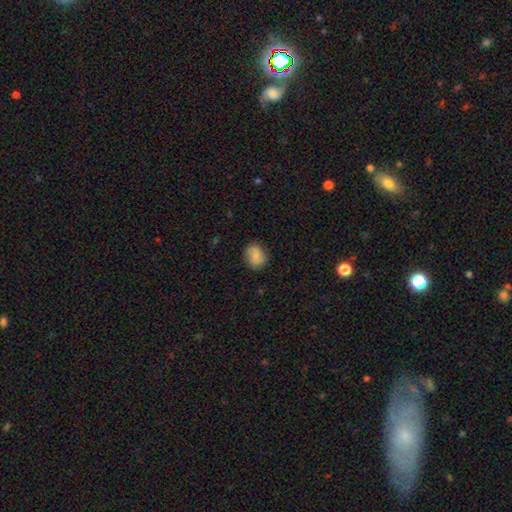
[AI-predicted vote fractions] smooth_or_featured: smooth (p=0.79) [alt: featured or disk p=0.13]
how_rounded: round (p=0.58) [alt: in between p=0.41]
merging: none (p=0.83) [alt: minor disturbance p=0.13]